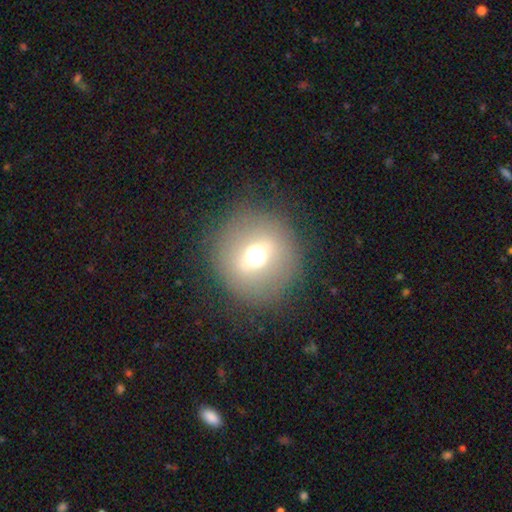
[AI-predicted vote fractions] Smooth or featured? smooth (52%)
How rounded? round (92%)
Merging? none (85%)